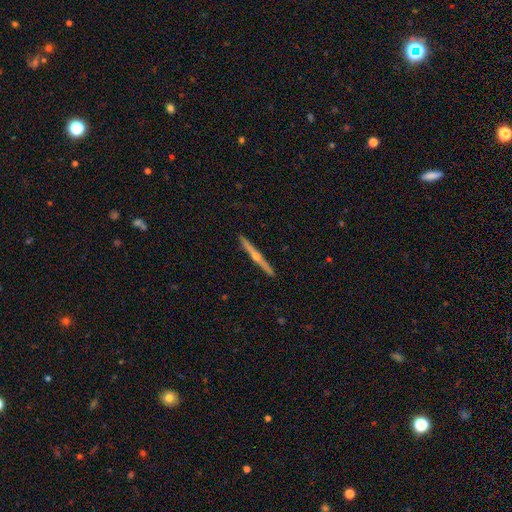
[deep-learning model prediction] Smooth or featured? featured or disk (77%)
Edge-on disk? yes (98%)
Edge-on bulge? rounded (85%)
Merging? none (93%)